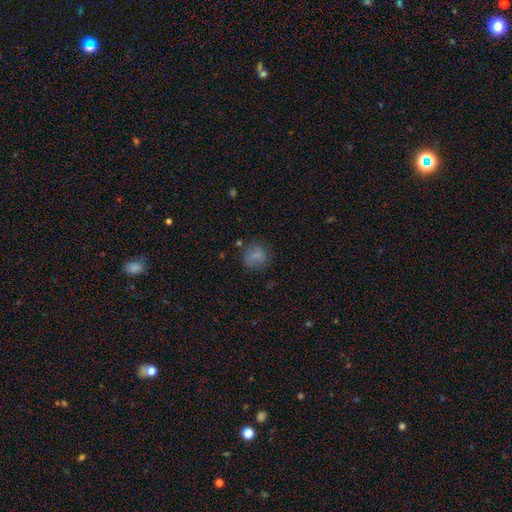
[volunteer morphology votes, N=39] smooth_or_featured: smooth (p=0.77) [alt: featured or disk p=0.15]
how_rounded: round (p=0.73) [alt: in between p=0.27]
merging: none (p=0.75) [alt: minor disturbance p=0.17]